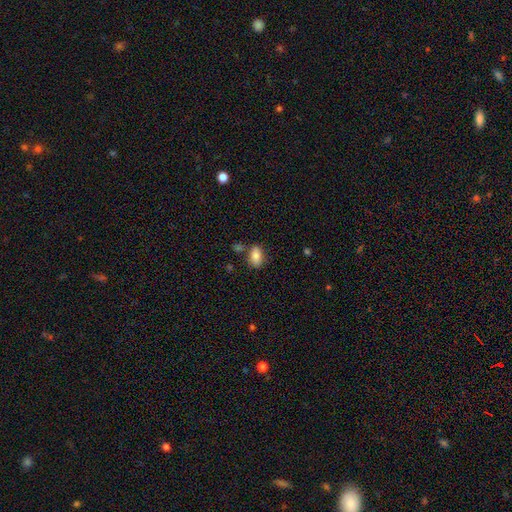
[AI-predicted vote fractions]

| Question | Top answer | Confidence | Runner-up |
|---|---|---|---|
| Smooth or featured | smooth | 83% | featured or disk (9%) |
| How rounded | in between | 88% | round (9%) |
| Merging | none | 74% | minor disturbance (14%) |